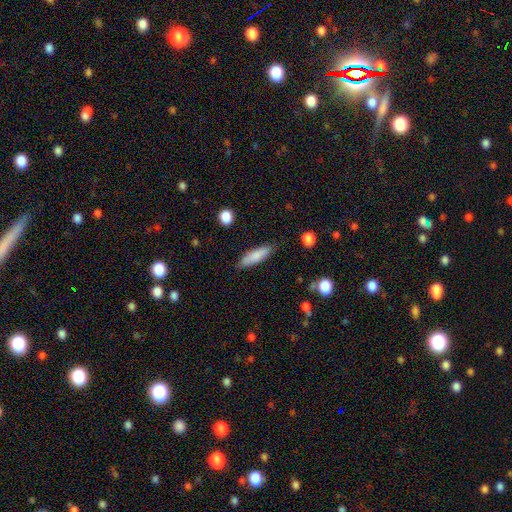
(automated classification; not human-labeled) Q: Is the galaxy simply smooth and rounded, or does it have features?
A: smooth — 82%.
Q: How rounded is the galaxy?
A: cigar-shaped — 63%.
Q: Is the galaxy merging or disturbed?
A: none — 83%.